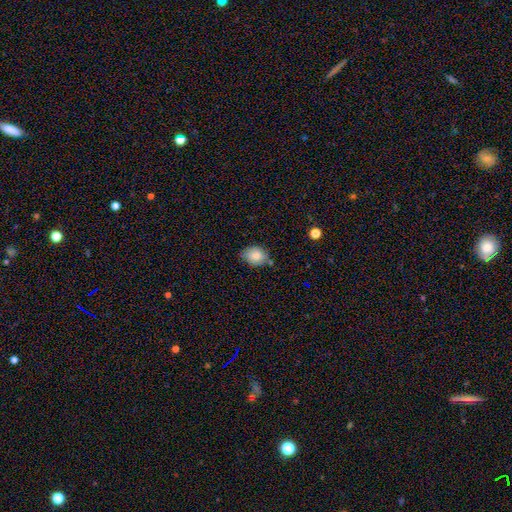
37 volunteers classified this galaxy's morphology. Smooth or featured? smooth (89%)
How rounded? in between (67%)
Merging? none (49%)